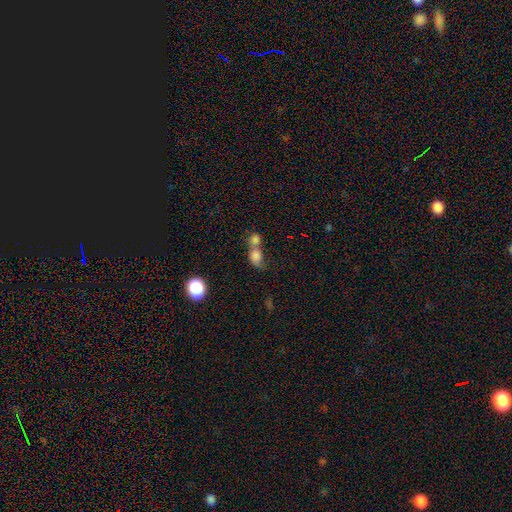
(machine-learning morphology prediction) Overall: smooth (77%). How rounded: in between (56%; round 41%). Merging: merger (70%).